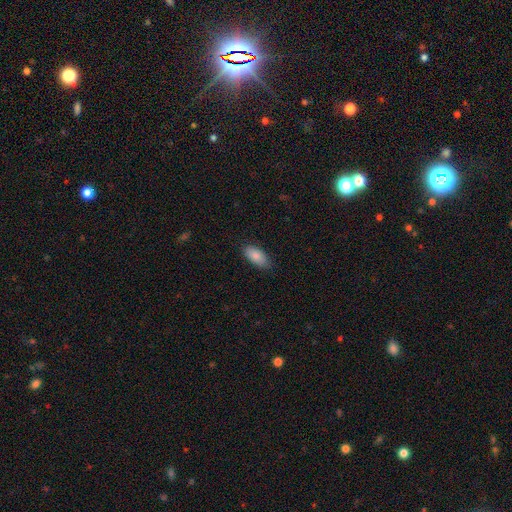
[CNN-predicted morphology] Q: Smooth or featured?
A: smooth (87%); runner-up: featured or disk (7%)
Q: How rounded?
A: in between (90%); runner-up: cigar-shaped (8%)
Q: Merging?
A: none (83%); runner-up: minor disturbance (13%)